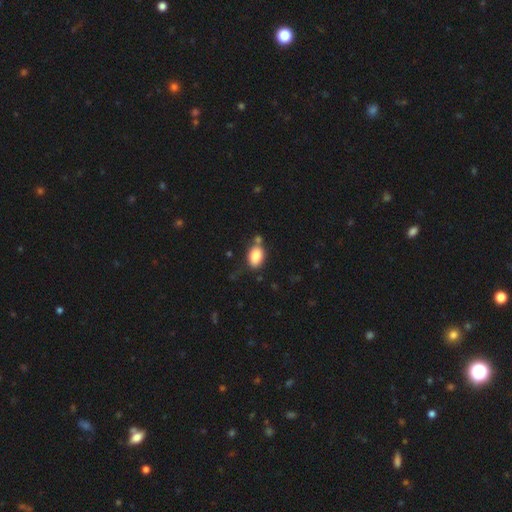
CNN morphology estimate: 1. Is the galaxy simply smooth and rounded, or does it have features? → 86% smooth, 8% star or artifact, 6% featured or disk.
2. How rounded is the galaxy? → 87% in between, 12% round, 2% cigar-shaped.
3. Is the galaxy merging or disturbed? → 66% none, 17% minor disturbance, 12% merger, 5% major disturbance.